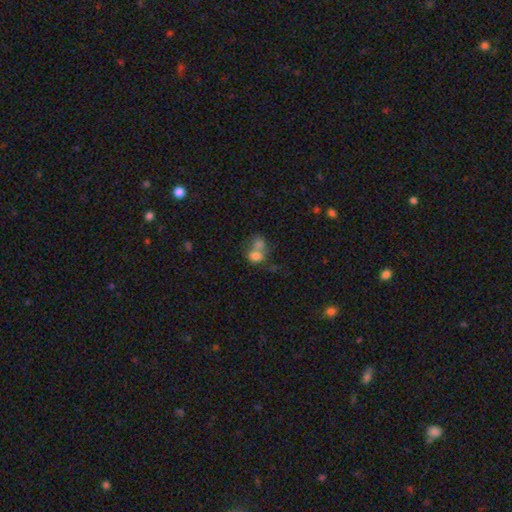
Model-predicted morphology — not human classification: smooth 73%, featured or disk 15%, star or artifact 11%. Down the decision tree: how rounded — in between (50%); merging — merger (64%).